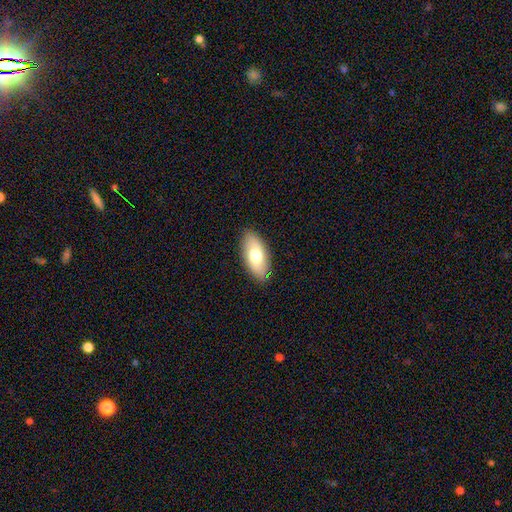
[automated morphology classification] The model was most divided on "smooth or featured": smooth: 70%, featured or disk: 24%, star or artifact: 6%. More confident: how rounded — in between (89%); merging — none (87%).